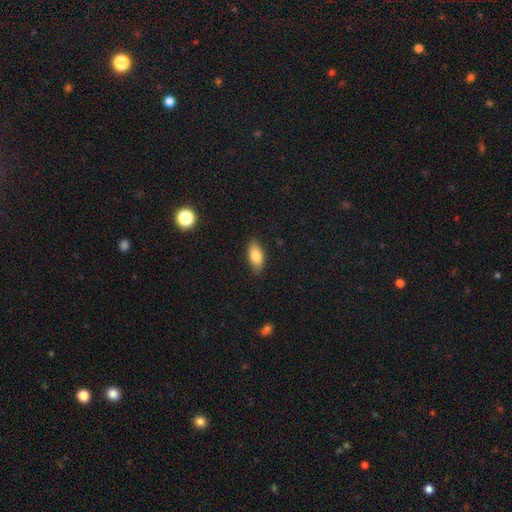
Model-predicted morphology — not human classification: Overall: smooth (82%). How rounded: in between (88%). Merging: none (84%).